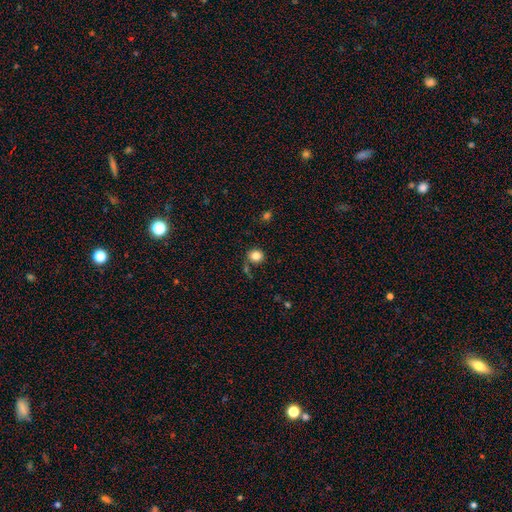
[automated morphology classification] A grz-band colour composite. It shows a smooth galaxy with no disk features (84%) that is round (82%). Merging: none (79%).